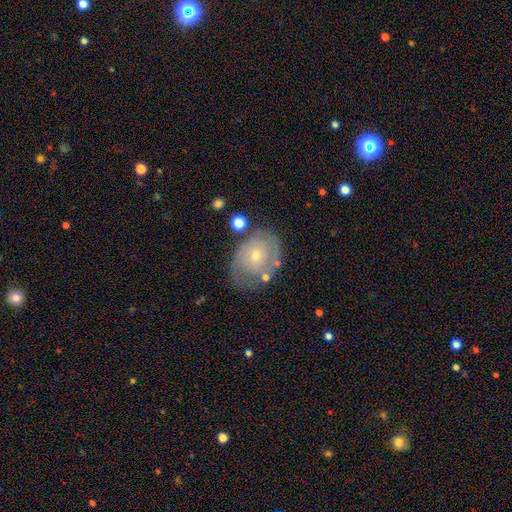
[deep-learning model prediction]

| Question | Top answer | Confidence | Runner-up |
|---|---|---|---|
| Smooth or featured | featured or disk | 57% | smooth (34%) |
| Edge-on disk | no | 96% | yes (4%) |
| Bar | no | 84% | weak (13%) |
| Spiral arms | yes | 60% | no (40%) |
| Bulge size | small | 70% | moderate (26%) |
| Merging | none | 62% | minor disturbance (23%) |